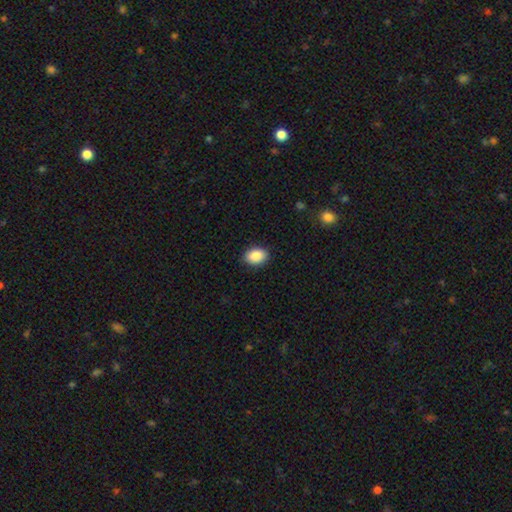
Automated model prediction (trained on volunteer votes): A smooth galaxy with no disk features (89%) that is in between round and cigar-shaped (80%). Merging: none (89%).